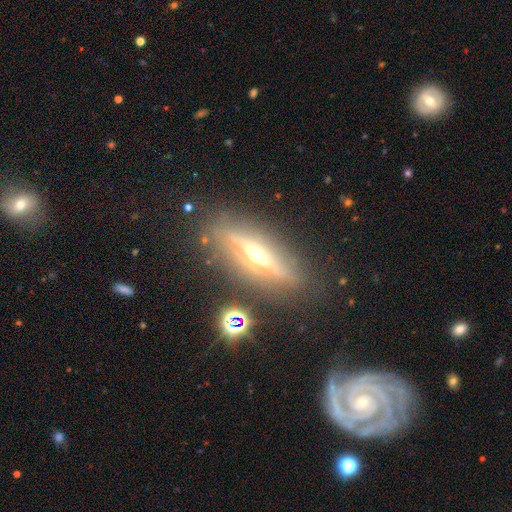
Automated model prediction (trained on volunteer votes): Morphology: type=featured or disk (78%); edge-on=yes (89%); edge-on bulge=rounded (89%); merging=none (81%).